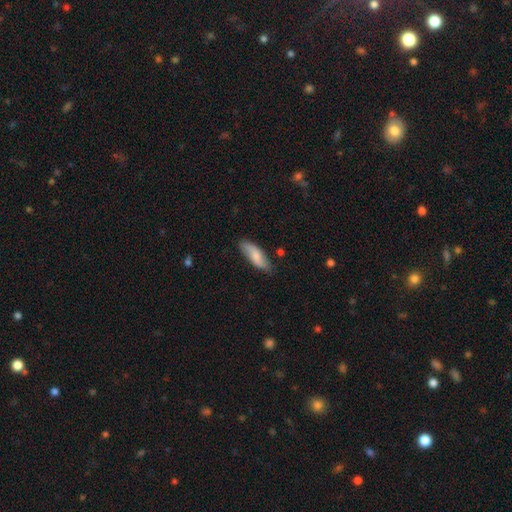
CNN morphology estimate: A smooth galaxy with no disk features (69%) that is in between round and cigar-shaped (62%). Merging: none (79%).